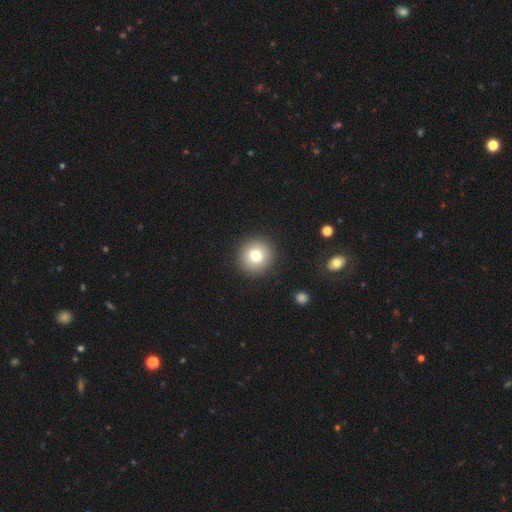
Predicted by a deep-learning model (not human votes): The model was most divided on "smooth or featured": smooth: 76%, featured or disk: 13%, star or artifact: 11%. More confident: how rounded — round (93%); merging — none (91%).